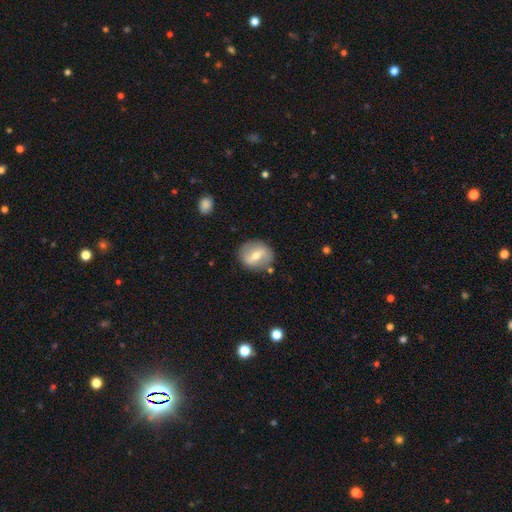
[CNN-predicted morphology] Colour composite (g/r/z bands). It shows a featured or disk galaxy (51%). Merging: none (82%).